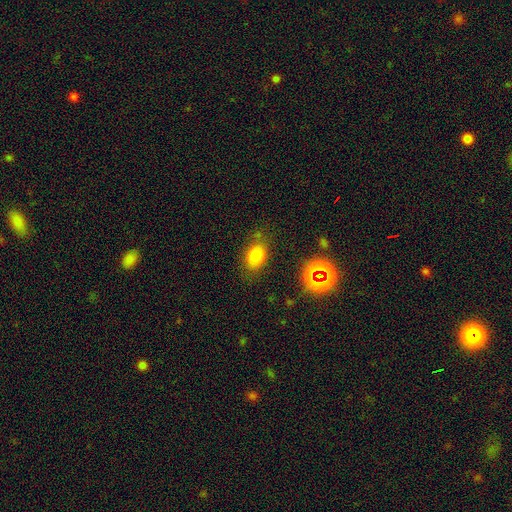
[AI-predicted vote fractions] Q: Smooth or featured?
A: smooth (75%); runner-up: star or artifact (16%)
Q: How rounded?
A: in between (78%); runner-up: round (20%)
Q: Merging?
A: none (77%); runner-up: minor disturbance (15%)